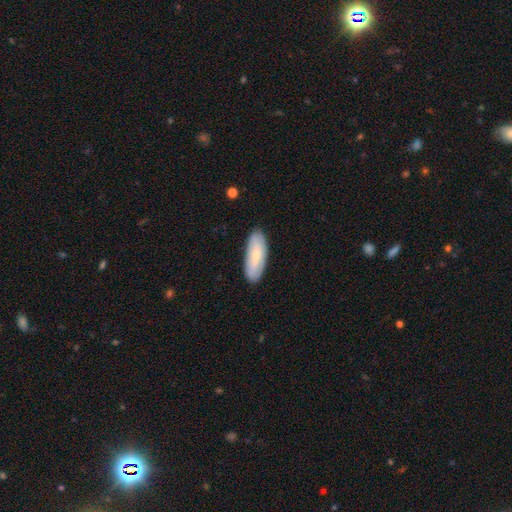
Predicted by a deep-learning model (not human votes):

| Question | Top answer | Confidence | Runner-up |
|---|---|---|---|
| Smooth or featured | smooth | 71% | featured or disk (23%) |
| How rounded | in between | 74% | cigar-shaped (24%) |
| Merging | none | 86% | minor disturbance (11%) |